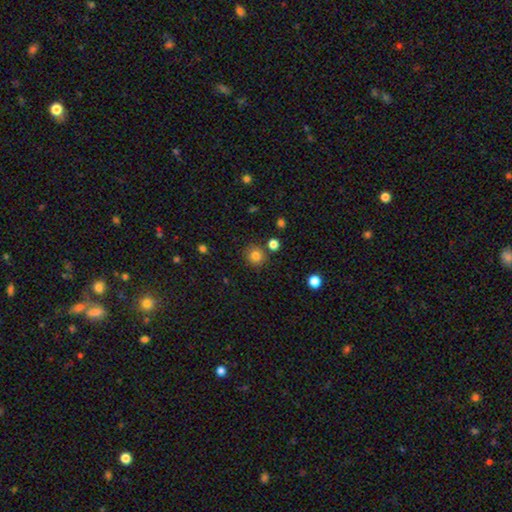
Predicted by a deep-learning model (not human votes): Morphology: type=smooth (81%); roundness=round (91%); merging=none (82%).